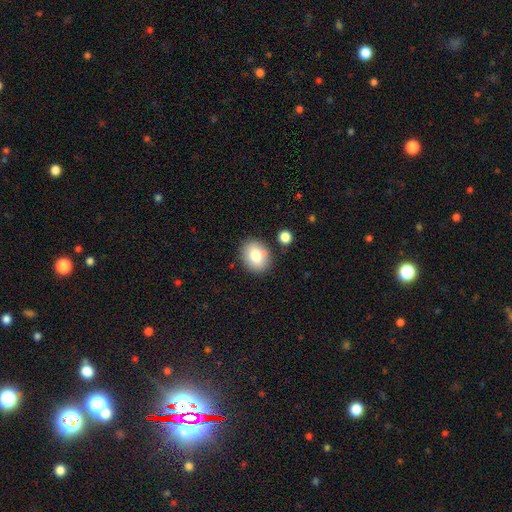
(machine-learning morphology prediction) Smooth or featured? smooth (77%)
How rounded? round (52%)
Merging? none (78%)